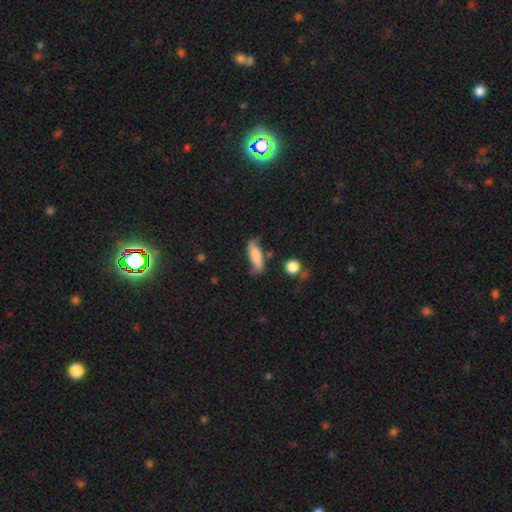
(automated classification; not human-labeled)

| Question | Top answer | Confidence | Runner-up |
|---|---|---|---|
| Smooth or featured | smooth | 73% | featured or disk (19%) |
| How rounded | in between | 57% | cigar-shaped (40%) |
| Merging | none | 57% | minor disturbance (29%) |